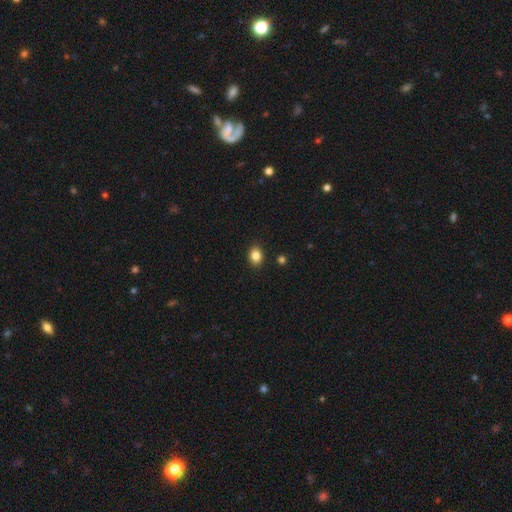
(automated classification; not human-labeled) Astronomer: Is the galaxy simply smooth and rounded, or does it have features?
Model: smooth — 85%.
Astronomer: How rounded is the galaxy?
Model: in between — 60% (runner-up: round, 39%).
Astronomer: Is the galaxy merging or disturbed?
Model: none — 89%.